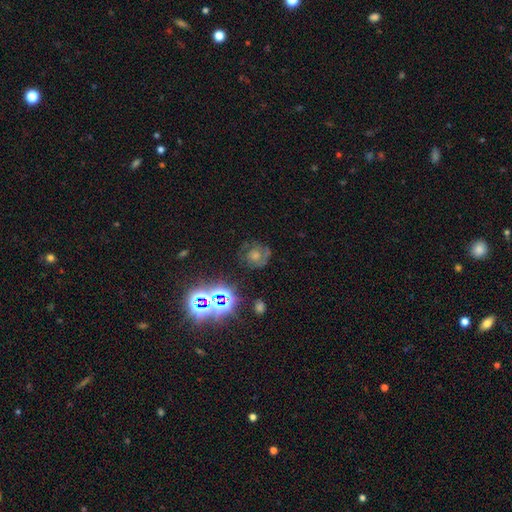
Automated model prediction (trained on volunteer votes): Smooth or featured?
  - featured or disk: 47% *
  - smooth: 31%
  - star or artifact: 22%
Merging?
  - none: 63% *
  - minor disturbance: 20%
  - major disturbance: 15%
  - merger: 2%